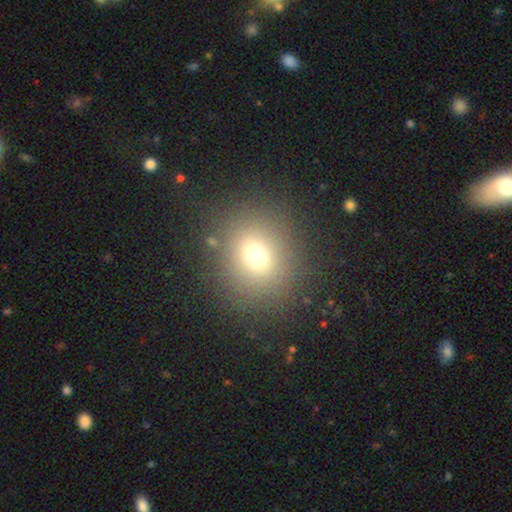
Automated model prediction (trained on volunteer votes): A smooth galaxy with no disk features (69%) that is round (76%). Merging: none (84%).